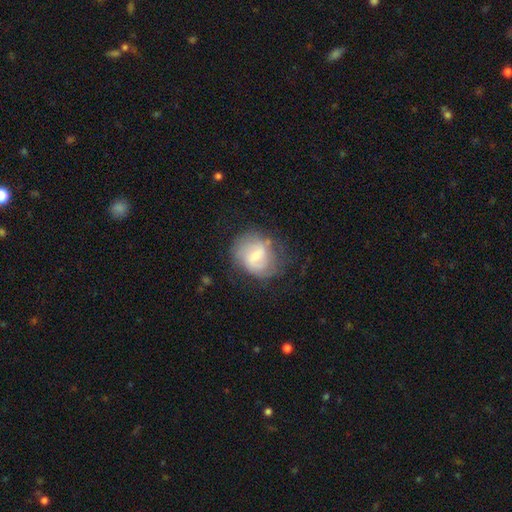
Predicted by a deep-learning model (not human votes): smooth-or-featured: featured or disk: 56% | smooth: 36% | star or artifact: 7%
  disk-edge-on: no: 97% | yes: 3%
    bar: weak: 56% | no: 29% | strong: 16%
    has-spiral-arms: yes: 76% | no: 24%
    bulge-size: small: 50% | moderate: 39% | none: 5% | large: 5% | dominant: 1%
  merging: none: 59% | minor disturbance: 24% | major disturbance: 15% | merger: 2%